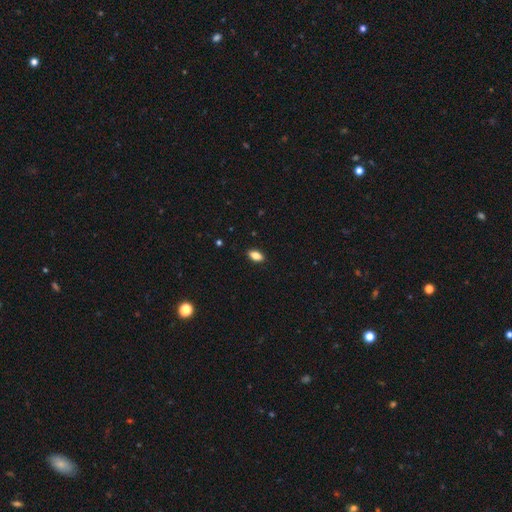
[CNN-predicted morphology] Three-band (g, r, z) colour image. It shows a smooth galaxy with no disk features (83%) that is in between round and cigar-shaped (89%). Merging: none (89%).